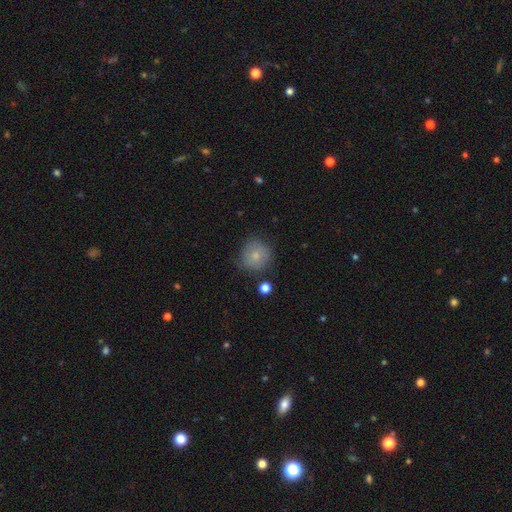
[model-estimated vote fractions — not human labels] Q: Smooth or featured?
A: smooth (78%); runner-up: featured or disk (13%)
Q: How rounded?
A: round (90%); runner-up: in between (9%)
Q: Merging?
A: none (74%); runner-up: minor disturbance (18%)